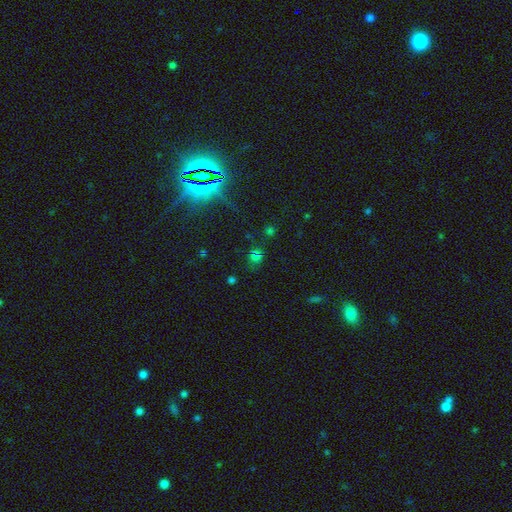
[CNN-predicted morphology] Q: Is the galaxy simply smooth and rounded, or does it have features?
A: smooth — 48%.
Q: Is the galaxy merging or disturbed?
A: none — 72%.